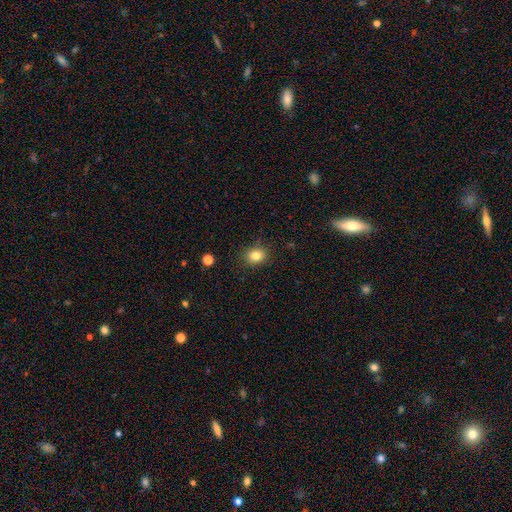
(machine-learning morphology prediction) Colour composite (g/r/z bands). It shows a smooth galaxy with no disk features (82%) that is round (63%). Merging: none (88%).